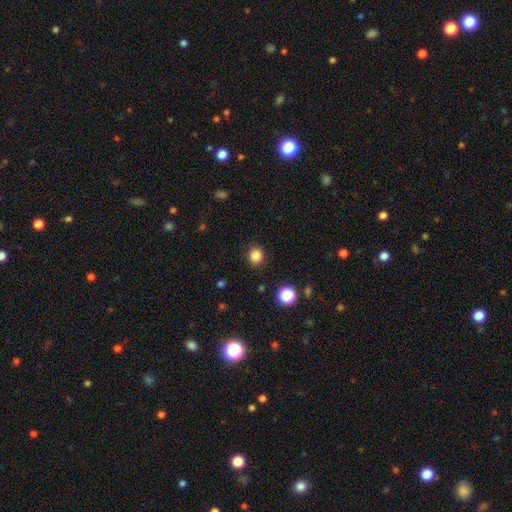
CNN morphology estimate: Smooth or featured?
  - smooth: 85% *
  - star or artifact: 12%
  - featured or disk: 4%
How rounded?
  - round: 83% *
  - in between: 17%
  - cigar-shaped: 1%
Merging?
  - none: 90% *
  - minor disturbance: 7%
  - major disturbance: 2%
  - merger: 1%